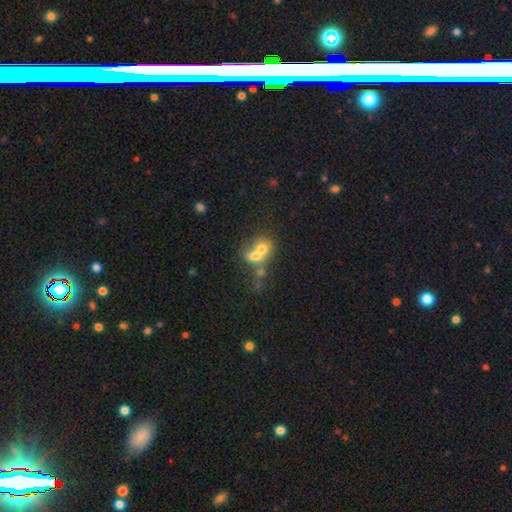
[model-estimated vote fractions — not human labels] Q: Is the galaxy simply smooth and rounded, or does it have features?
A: smooth — 62%.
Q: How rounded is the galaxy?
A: round — 59%.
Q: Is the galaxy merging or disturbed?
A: merger — 73%.